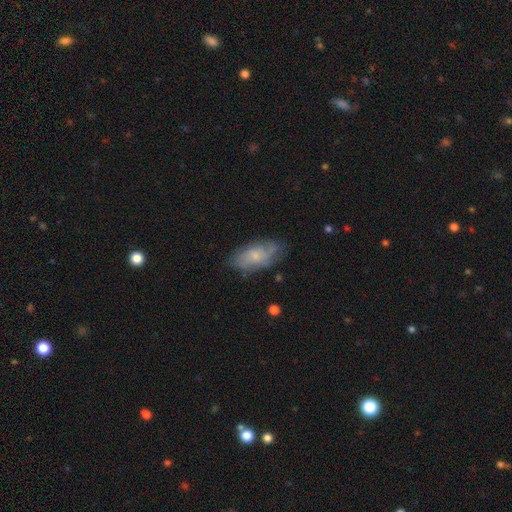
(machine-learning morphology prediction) This is possibly a smooth galaxy (51%). How rounded: clearly in between (89%). Merging: likely none (69%).